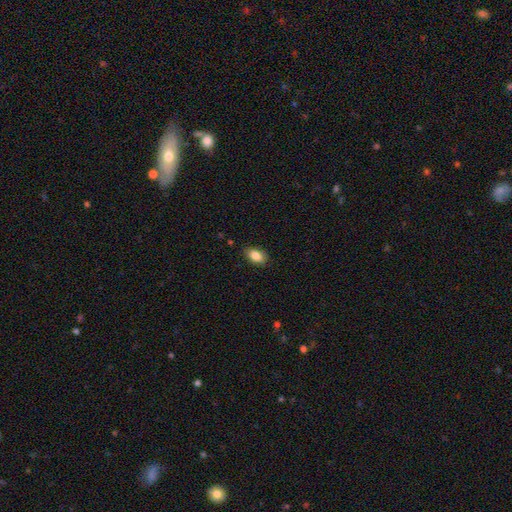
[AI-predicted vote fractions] Smooth or featured? smooth (85%)
How rounded? in between (89%)
Merging? none (86%)